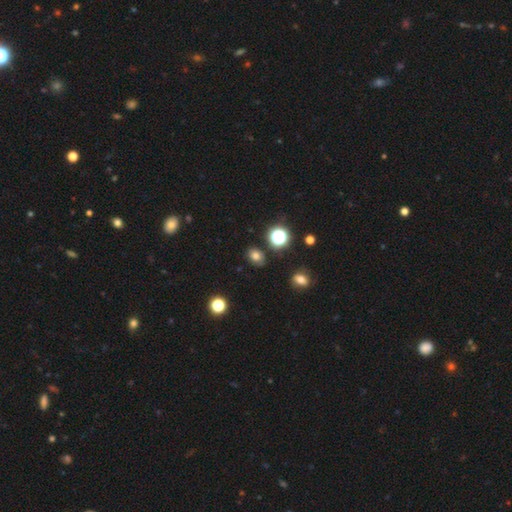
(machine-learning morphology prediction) This is likely a smooth galaxy (74%). How rounded: possibly in between (54%). Merging: clearly none (81%).